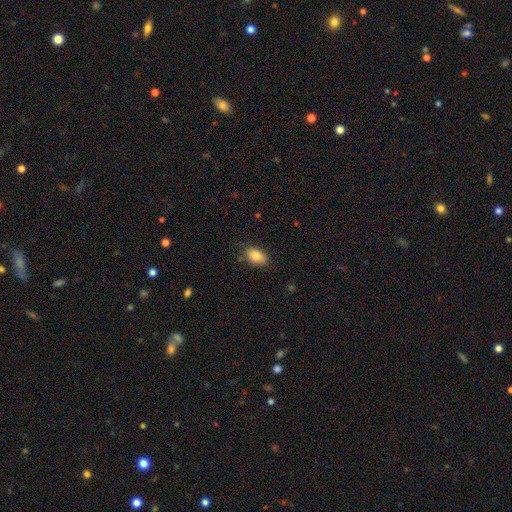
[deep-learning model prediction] Smooth or featured? smooth (83%)
How rounded? in between (86%)
Merging? none (76%)